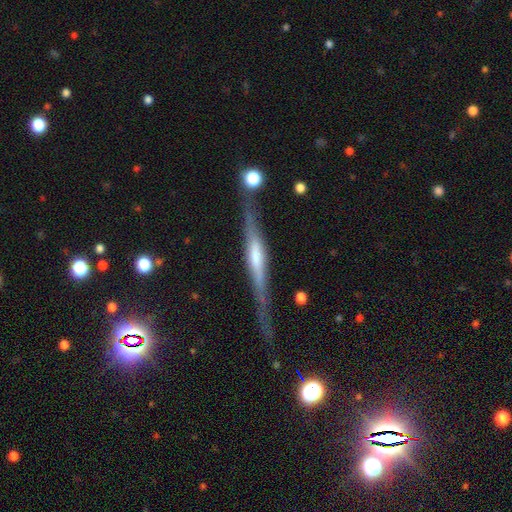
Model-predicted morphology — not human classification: featured or disk 72%, smooth 22%, star or artifact 6%. Down the decision tree: edge-on disk — yes (96%); edge-on bulge — rounded (44%); merging — none (74%).